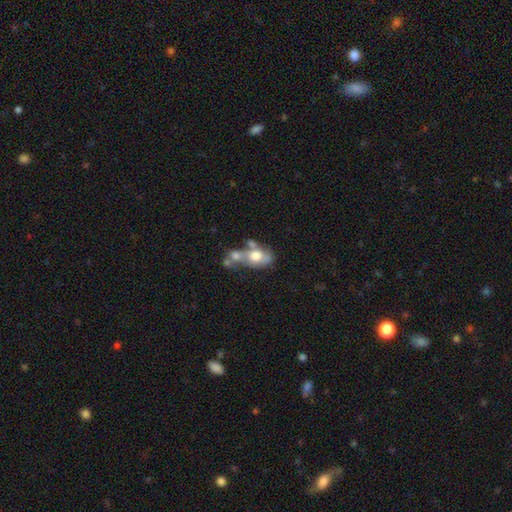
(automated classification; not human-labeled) The model was most divided on "smooth or featured": smooth: 56%, featured or disk: 34%, star or artifact: 9%. More confident: how rounded — in between (74%); merging — merger (55%).